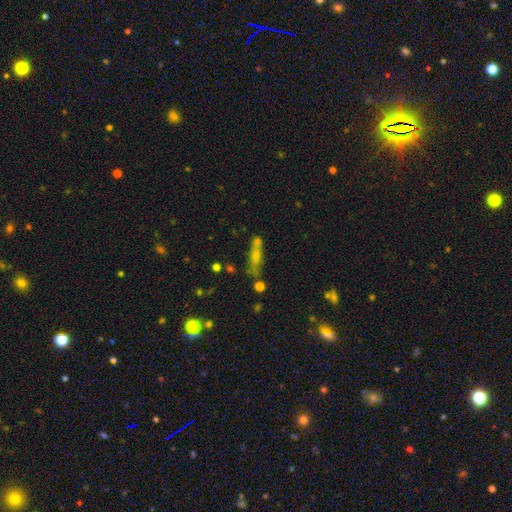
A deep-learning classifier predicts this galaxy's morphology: A smooth galaxy with no disk features (43%).

Vote fractions:
- Smooth or featured? smooth: 43% / featured or disk: 41% / star or artifact: 16%
- Merging? none: 61% / minor disturbance: 17% / merger: 15% / major disturbance: 7%